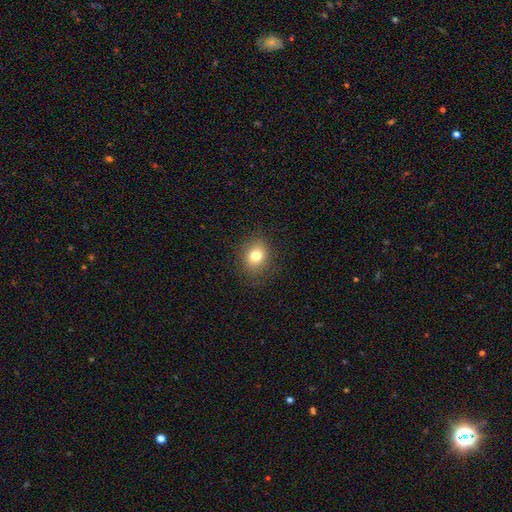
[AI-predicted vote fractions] This appears to be a smooth galaxy with no disk features (78%) that is round (63%). Merging: none (86%).